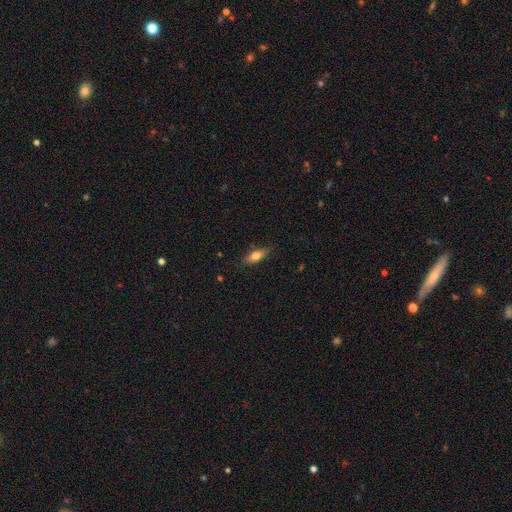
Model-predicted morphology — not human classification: smooth-or-featured: smooth: 74% | featured or disk: 19% | star or artifact: 7%
  how-rounded: in between: 71% | cigar-shaped: 25% | round: 3%
  merging: none: 84% | minor disturbance: 12% | major disturbance: 2% | merger: 1%